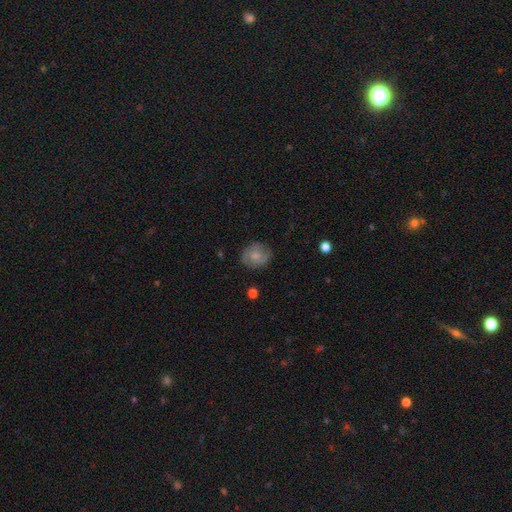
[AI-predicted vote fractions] Smooth or featured: smooth — 63% (featured or disk — 29%)
How rounded: round — 79% (in between — 20%)
Merging: none — 78% (minor disturbance — 16%)